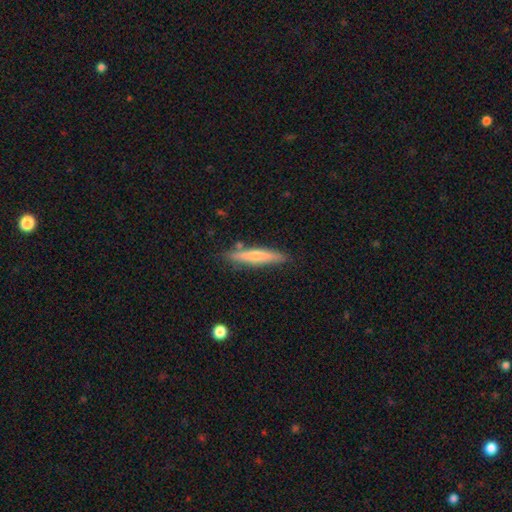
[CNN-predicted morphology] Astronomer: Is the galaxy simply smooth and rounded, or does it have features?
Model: smooth — 58% (runner-up: featured or disk, 36%).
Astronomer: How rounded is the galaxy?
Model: cigar-shaped — 93%.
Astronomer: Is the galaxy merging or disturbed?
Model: none — 83%.